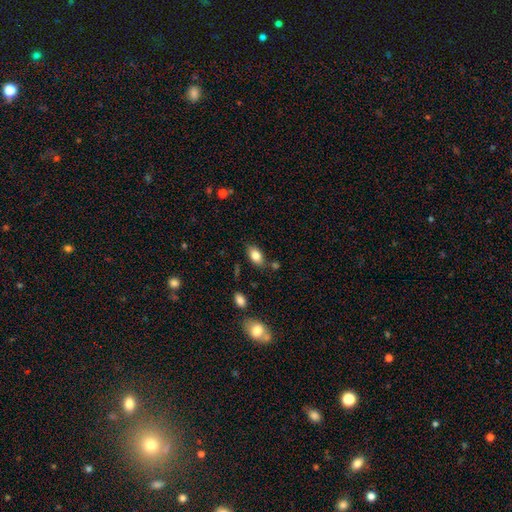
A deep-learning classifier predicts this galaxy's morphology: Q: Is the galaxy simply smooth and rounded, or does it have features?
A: smooth — 82%.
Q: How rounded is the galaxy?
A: in between — 90%.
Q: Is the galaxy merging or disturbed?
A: none — 78%.